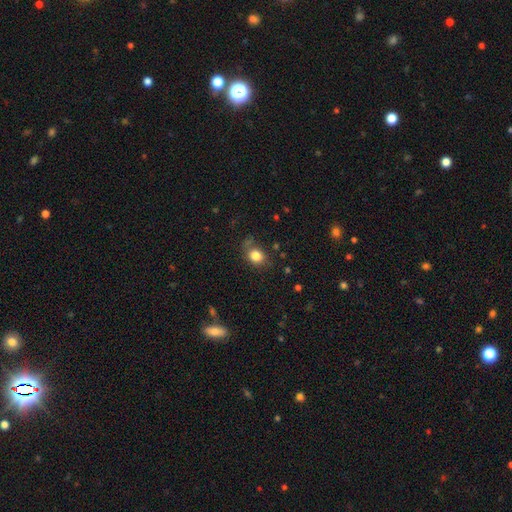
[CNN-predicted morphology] Smooth or featured? Predicted: smooth (p=0.82). How rounded? Predicted: round (p=0.57). Merging? Predicted: none (p=0.73).